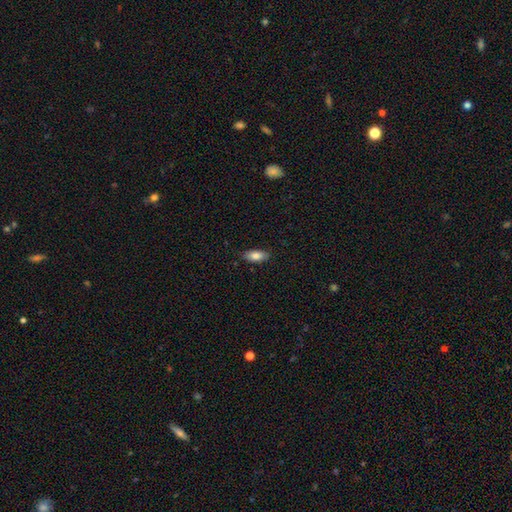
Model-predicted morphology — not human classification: Smooth or featured?
  - smooth: 82% *
  - featured or disk: 11%
  - star or artifact: 7%
How rounded?
  - in between: 86% *
  - cigar-shaped: 12%
  - round: 3%
Merging?
  - none: 85% *
  - minor disturbance: 12%
  - major disturbance: 2%
  - merger: 1%